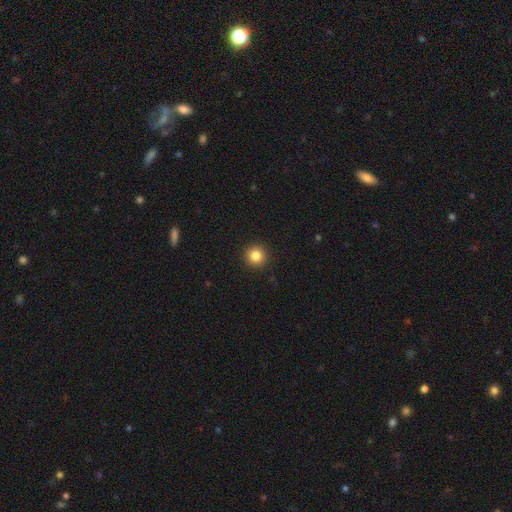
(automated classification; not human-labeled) The model was most divided on "smooth or featured": smooth: 84%, star or artifact: 12%, featured or disk: 5%. More confident: how rounded — round (95%); merging — none (93%).